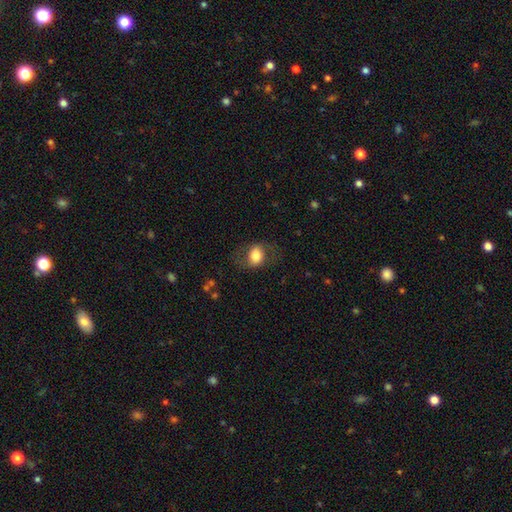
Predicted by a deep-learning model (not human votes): Smooth or featured: smooth — 70% (featured or disk — 23%)
How rounded: in between — 60% (round — 39%)
Merging: none — 68% (minor disturbance — 18%)